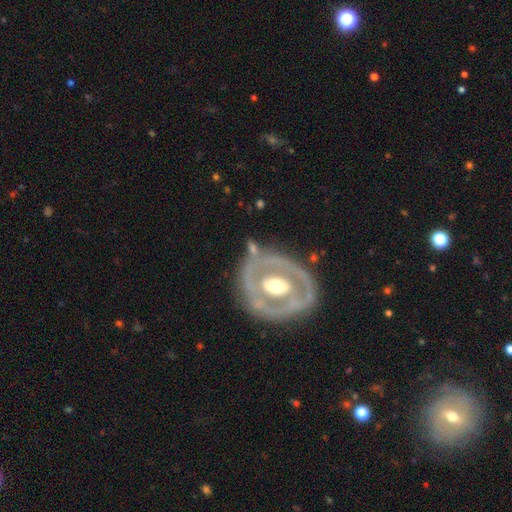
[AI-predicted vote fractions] Smooth or featured?
  - featured or disk: 76% *
  - smooth: 19%
  - star or artifact: 5%
Edge-on disk?
  - no: 95% *
  - yes: 5%
Bar?
  - no: 51% *
  - weak: 29%
  - strong: 20%
Spiral arms?
  - no: 60% *
  - yes: 40%
Bulge size?
  - moderate: 72% *
  - large: 16%
  - small: 9%
  - dominant: 1%
  - none: 1%
Merging?
  - none: 66% *
  - minor disturbance: 20%
  - major disturbance: 9%
  - merger: 5%